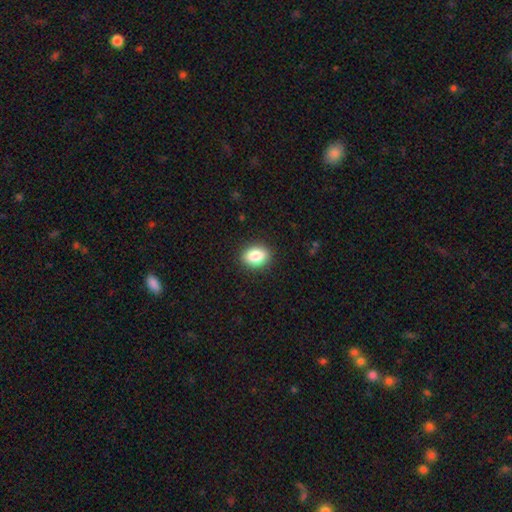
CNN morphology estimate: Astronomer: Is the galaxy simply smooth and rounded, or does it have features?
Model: smooth — 86%.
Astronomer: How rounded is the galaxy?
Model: in between — 70%.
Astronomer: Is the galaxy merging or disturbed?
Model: none — 89%.